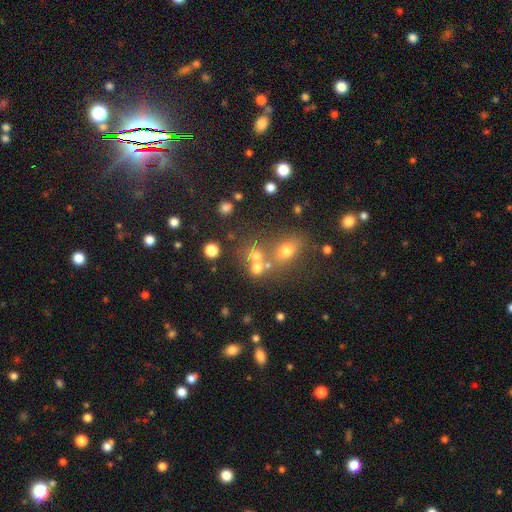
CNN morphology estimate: Overall: smooth (65%). How rounded: round (72%). Merging: none (48%; merger 37%).